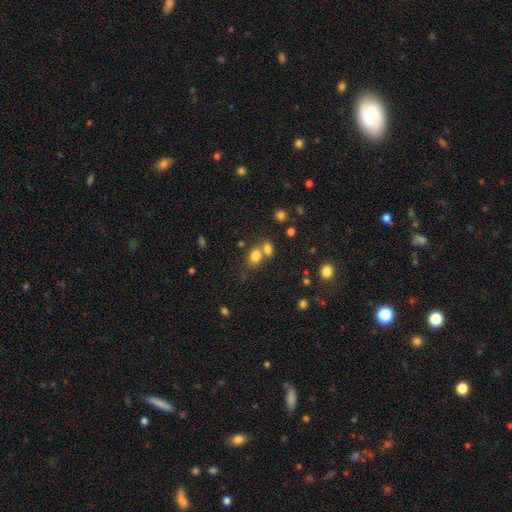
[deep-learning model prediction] A smooth galaxy with no disk features (79%) that is in between round and cigar-shaped (69%).

Vote fractions:
- Smooth or featured? smooth: 79% / star or artifact: 13% / featured or disk: 9%
- How rounded? in between: 69% / round: 29% / cigar-shaped: 2%
- Merging? merger: 44% / none: 42% / minor disturbance: 10% / major disturbance: 4%